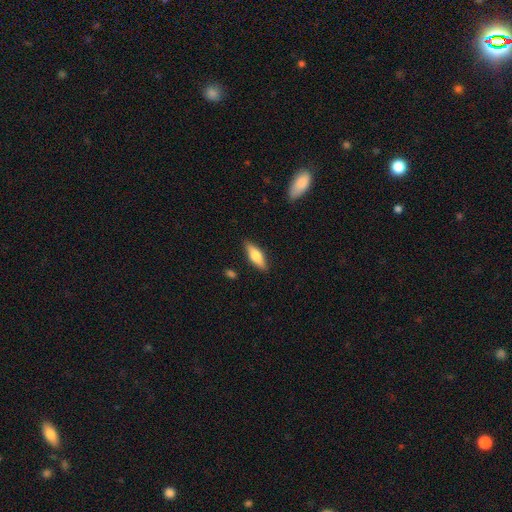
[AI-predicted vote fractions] smooth-or-featured: smooth: 66% | featured or disk: 28% | star or artifact: 6%
  how-rounded: in between: 55% | cigar-shaped: 43% | round: 2%
  merging: none: 87% | minor disturbance: 10% | major disturbance: 2% | merger: 1%